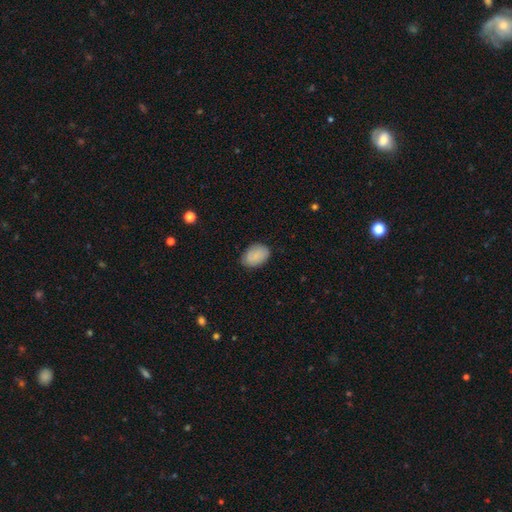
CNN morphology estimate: A smooth galaxy with no disk features (86%) that is in between round and cigar-shaped (86%).

Vote fractions:
- Smooth or featured? smooth: 86% / featured or disk: 7% / star or artifact: 7%
- How rounded? in between: 86% / round: 12% / cigar-shaped: 1%
- Merging? none: 84% / minor disturbance: 13% / major disturbance: 3% / merger: 1%